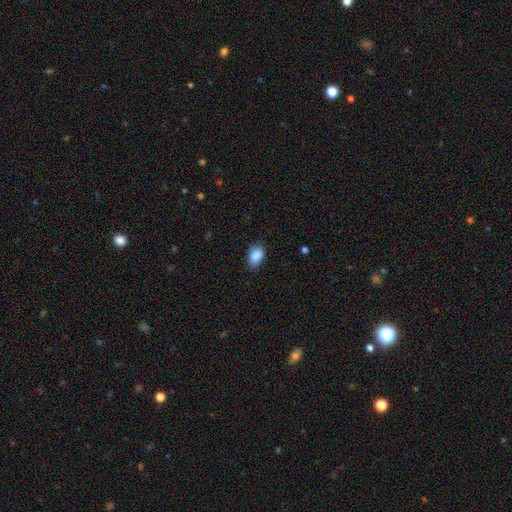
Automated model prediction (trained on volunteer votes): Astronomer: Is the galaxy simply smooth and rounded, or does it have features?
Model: smooth — 88%.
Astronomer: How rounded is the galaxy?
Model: in between — 84%.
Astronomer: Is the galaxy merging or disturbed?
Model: none — 76%.